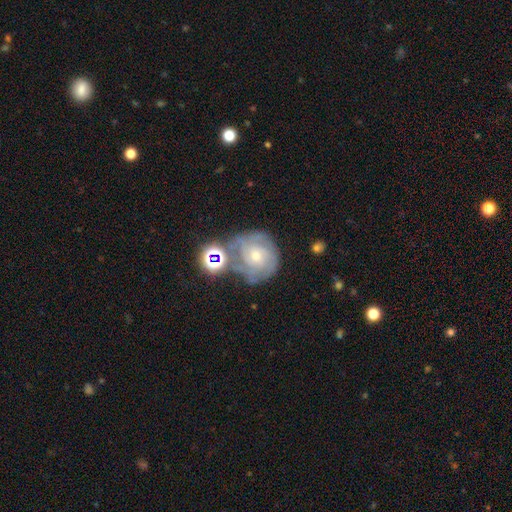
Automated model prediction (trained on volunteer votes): Smooth or featured?
  - featured or disk: 71% *
  - smooth: 17%
  - star or artifact: 12%
Edge-on disk?
  - no: 97% *
  - yes: 3%
Bar?
  - no: 73% *
  - weak: 22%
  - strong: 5%
Spiral arms?
  - yes: 88% *
  - no: 12%
Spiral winding?
  - tight: 67% *
  - medium: 26%
  - loose: 7%
Spiral arm count?
  - can't tell: 40% *
  - 2: 22%
  - 3: 22%
  - 4: 7%
  - 1: 5%
  - more than 4: 4%
Bulge size?
  - small: 58% *
  - moderate: 38%
  - large: 2%
  - none: 2%
  - dominant: 1%
Merging?
  - none: 54% *
  - minor disturbance: 20%
  - merger: 16%
  - major disturbance: 11%